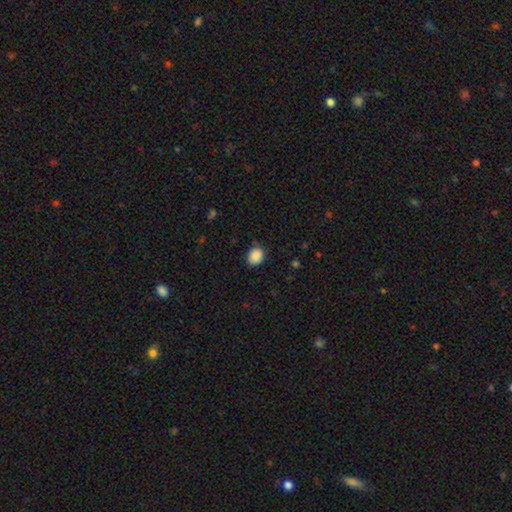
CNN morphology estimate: This is clearly a smooth galaxy (88%). How rounded: possibly round (52%). Merging: likely none (75%).